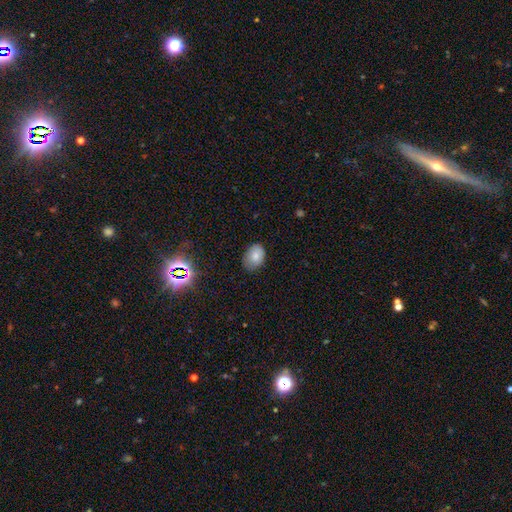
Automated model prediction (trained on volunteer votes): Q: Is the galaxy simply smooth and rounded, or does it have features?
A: smooth — 78%.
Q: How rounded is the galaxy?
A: in between — 77%.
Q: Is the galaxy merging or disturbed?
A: none — 74%.